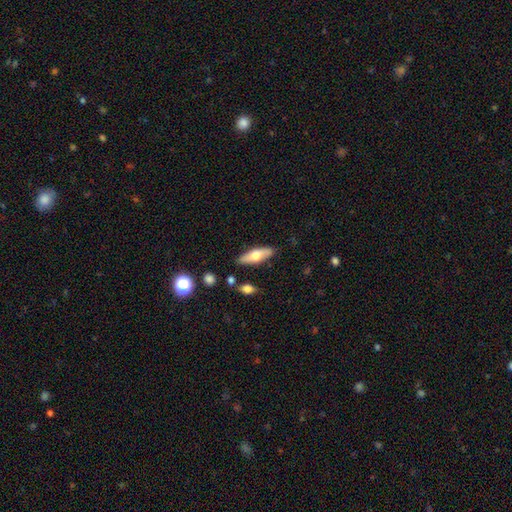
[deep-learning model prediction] This appears to be a smooth galaxy with no disk features (58%) that is in between round and cigar-shaped (57%). Merging: none (84%).